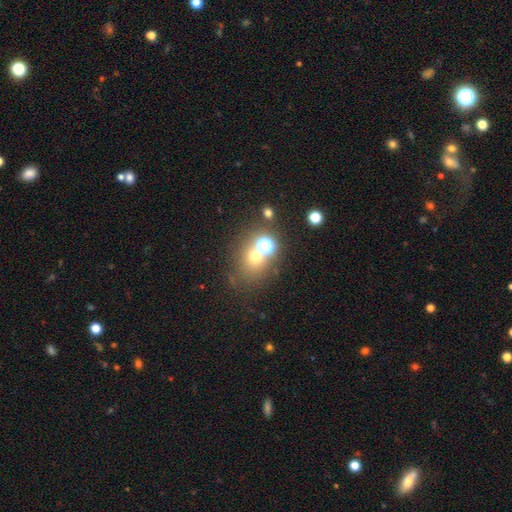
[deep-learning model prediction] Overall: smooth (59%; star or artifact 28%). How rounded: round (73%). Merging: none (56%; merger 27%).